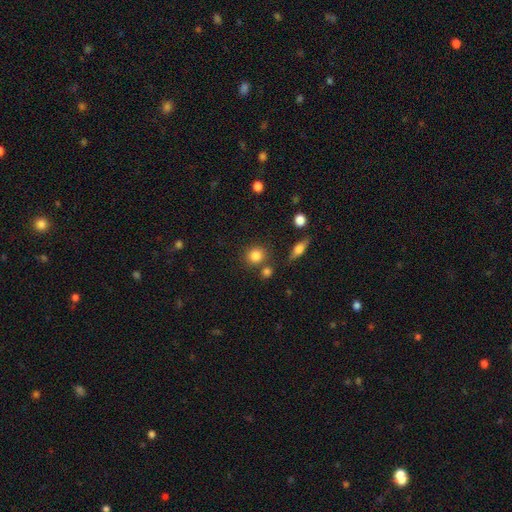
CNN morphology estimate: Smooth or featured?
  - smooth: 83% *
  - star or artifact: 10%
  - featured or disk: 7%
How rounded?
  - round: 86% *
  - in between: 12%
  - cigar-shaped: 1%
Merging?
  - none: 75% *
  - merger: 12%
  - minor disturbance: 10%
  - major disturbance: 4%